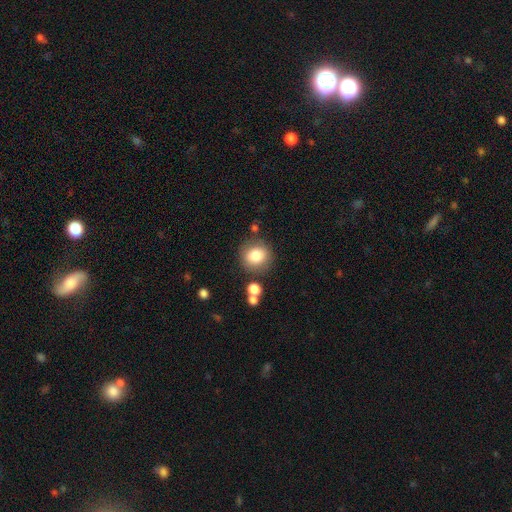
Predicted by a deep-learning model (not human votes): Smooth or featured? Predicted: smooth (p=0.82). How rounded? Predicted: round (p=0.88). Merging? Predicted: none (p=0.80).